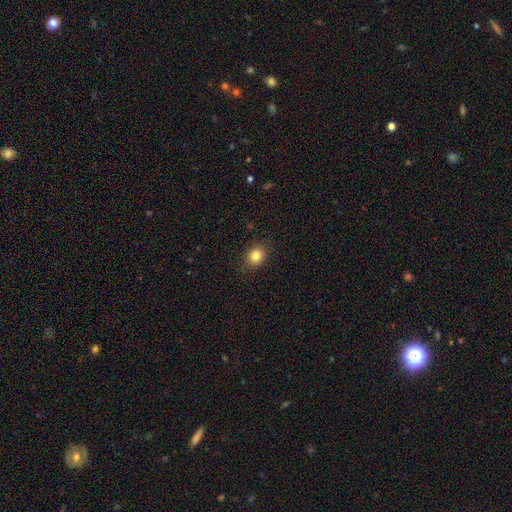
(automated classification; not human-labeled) Smooth or featured: smooth — 82% (star or artifact — 11%)
How rounded: round — 64% (in between — 35%)
Merging: none — 87% (minor disturbance — 9%)